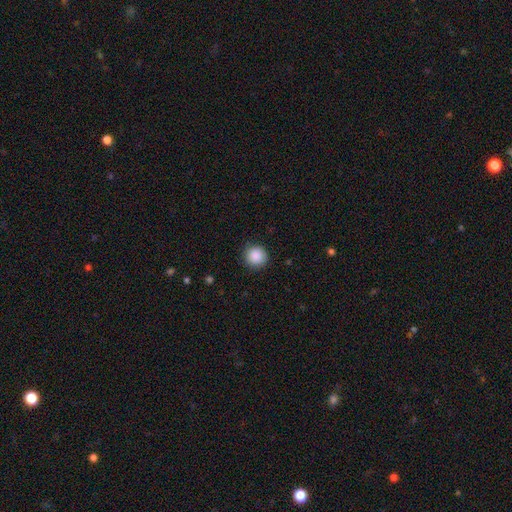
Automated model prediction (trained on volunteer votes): smooth_or_featured: smooth (p=0.89) [alt: star or artifact p=0.08]
how_rounded: round (p=0.93) [alt: in between p=0.06]
merging: none (p=0.89) [alt: minor disturbance p=0.08]